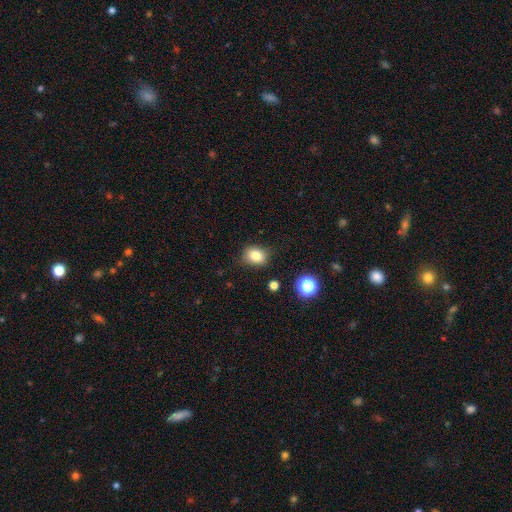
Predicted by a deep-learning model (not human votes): The model was most divided on "how rounded": in between: 53%, round: 46%, cigar-shaped: 1%. More confident: merging — none (82%); smooth or featured — smooth (81%).